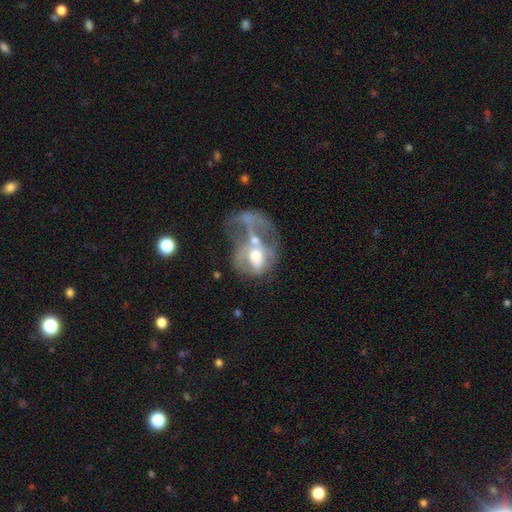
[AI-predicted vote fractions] Morphology: type=featured or disk (56%); edge-on=no (97%); bar=no (76%); spiral arms=no (72%); bulge=moderate (57%); merging=merger (47%).